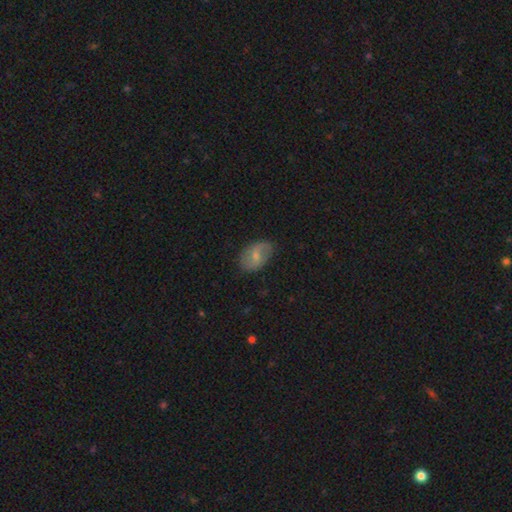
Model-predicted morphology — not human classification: Smooth or featured? smooth (49%)
Merging? none (75%)